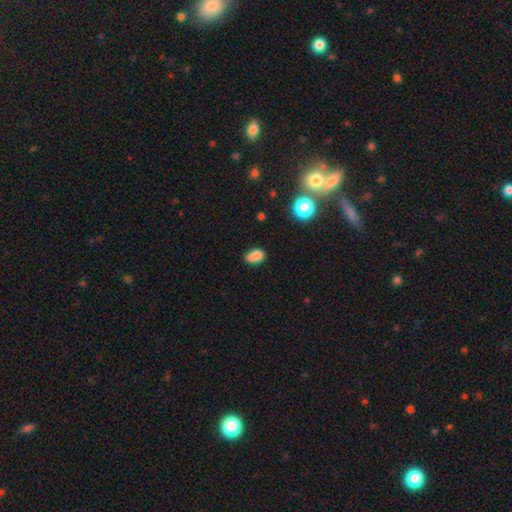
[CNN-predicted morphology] smooth-or-featured: smooth: 82% | star or artifact: 11% | featured or disk: 7%
  how-rounded: in between: 83% | round: 15% | cigar-shaped: 2%
  merging: none: 61% | minor disturbance: 28% | major disturbance: 6% | merger: 5%